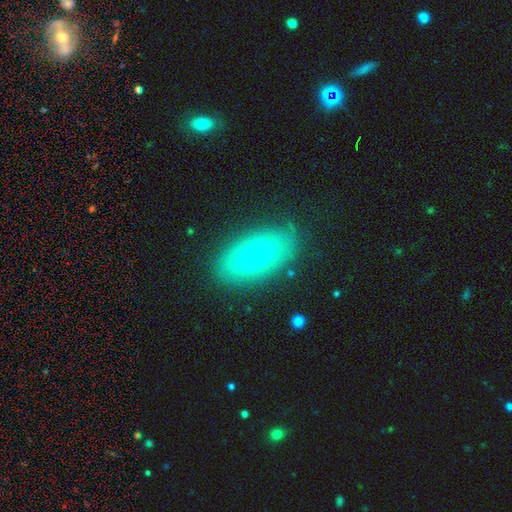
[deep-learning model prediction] smooth_or_featured: smooth (p=0.56) [alt: featured or disk p=0.35]
how_rounded: in between (p=0.91) [alt: cigar-shaped p=0.04]
merging: none (p=0.80) [alt: minor disturbance p=0.14]